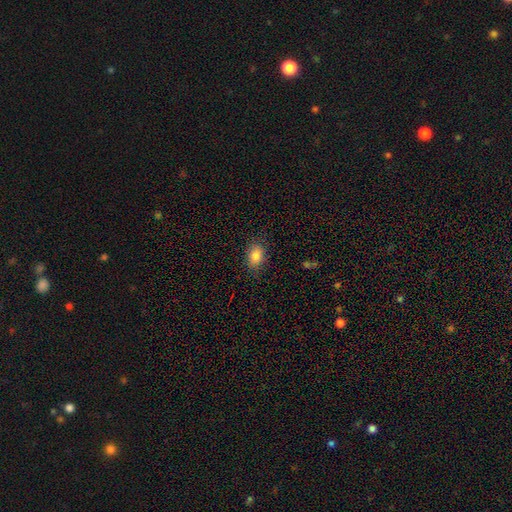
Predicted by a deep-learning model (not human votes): This appears to be a smooth galaxy with no disk features (85%) that is in between round and cigar-shaped (79%). Merging: none (84%).